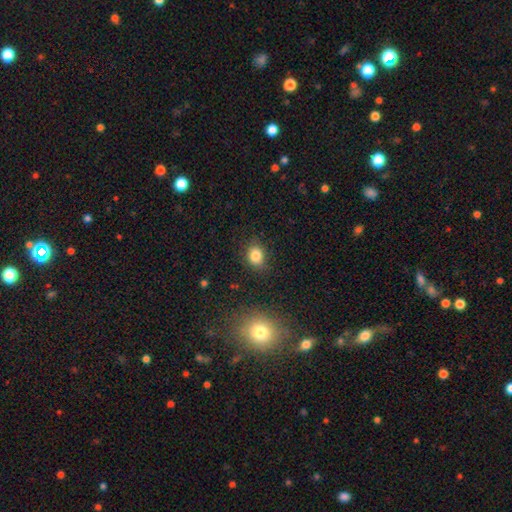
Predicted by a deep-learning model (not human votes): Smooth or featured: smooth — 83% (star or artifact — 12%)
How rounded: round — 53% (in between — 46%)
Merging: none — 80% (minor disturbance — 15%)